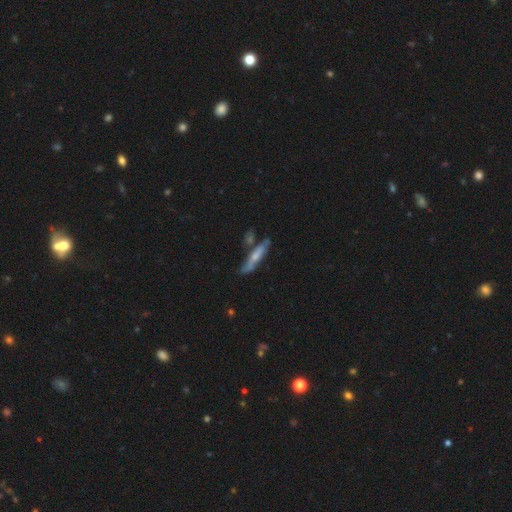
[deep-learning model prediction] The model was most divided on "smooth or featured": smooth: 48%, featured or disk: 45%, star or artifact: 7%. More confident: merging — none (65%).